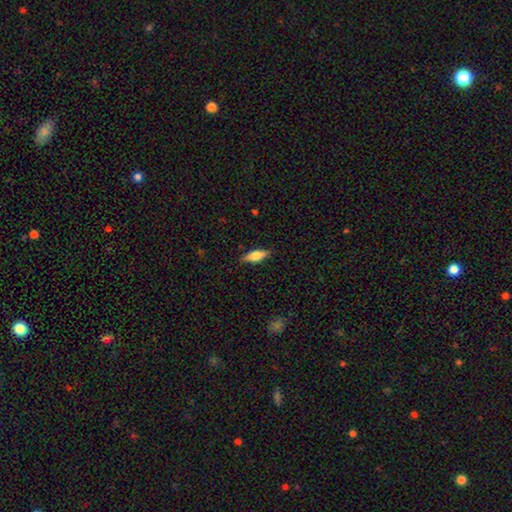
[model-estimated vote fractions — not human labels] This is likely a smooth galaxy (71%). How rounded: likely in between (62%). Merging: clearly none (86%).